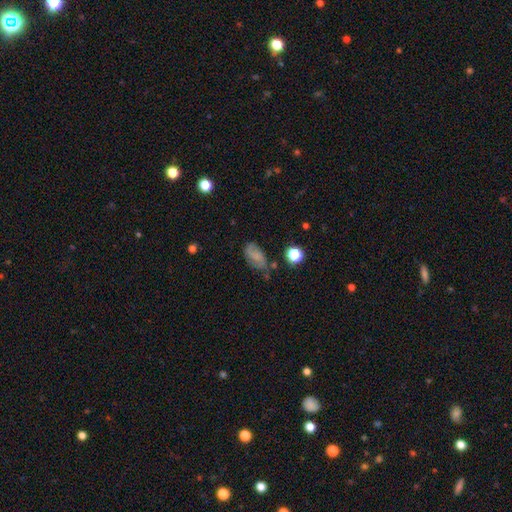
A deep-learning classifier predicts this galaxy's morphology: smooth-or-featured: smooth: 54% | featured or disk: 33% | star or artifact: 13%
  how-rounded: in between: 88% | round: 8% | cigar-shaped: 4%
  merging: none: 59% | minor disturbance: 27% | major disturbance: 10% | merger: 4%